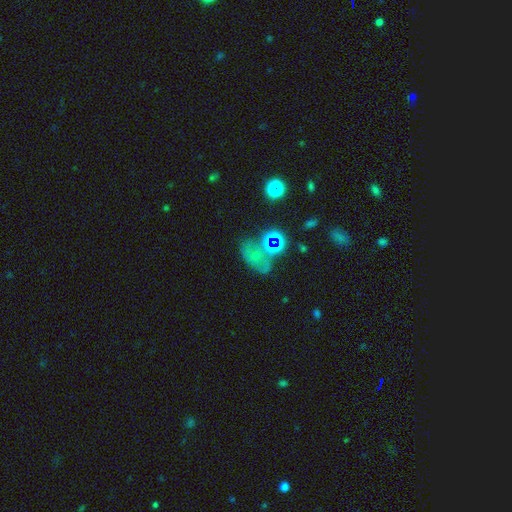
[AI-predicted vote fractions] Q: Smooth or featured?
A: star or artifact (38%); runner-up: smooth (36%)